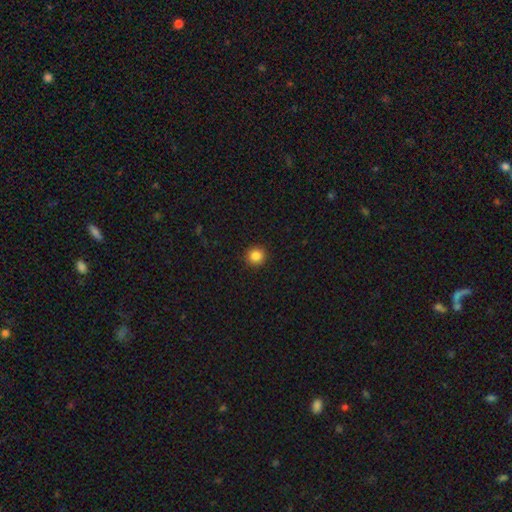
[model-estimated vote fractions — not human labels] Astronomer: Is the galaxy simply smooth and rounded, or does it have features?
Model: smooth — 86%.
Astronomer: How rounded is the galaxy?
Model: round — 94%.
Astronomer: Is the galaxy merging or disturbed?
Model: none — 93%.